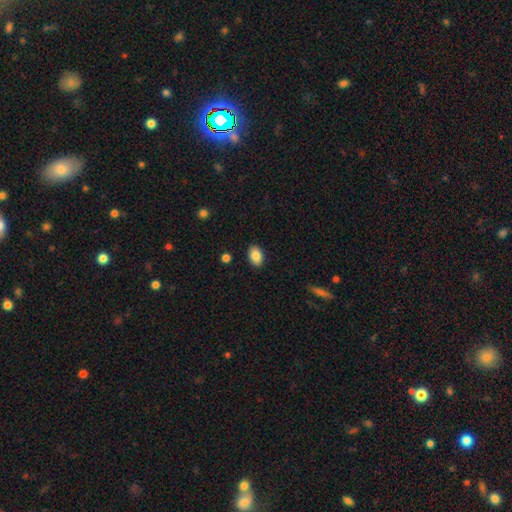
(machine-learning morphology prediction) smooth 86%, star or artifact 8%, featured or disk 6%. Down the decision tree: how rounded — in between (86%); merging — none (89%).